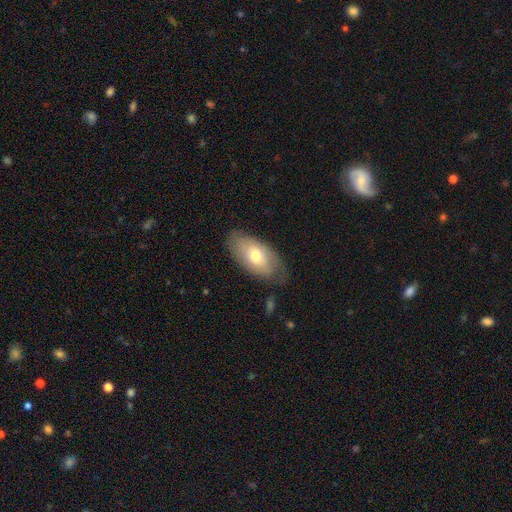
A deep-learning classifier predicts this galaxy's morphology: The model was most divided on "smooth or featured": smooth: 64%, featured or disk: 30%, star or artifact: 6%. More confident: how rounded — in between (93%); merging — none (71%).